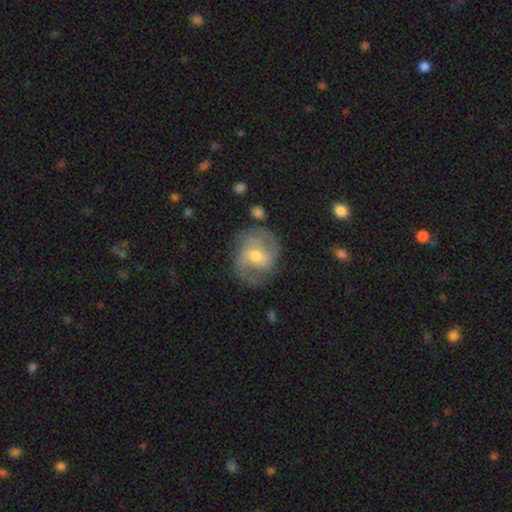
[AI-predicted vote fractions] featured or disk 77%, smooth 17%, star or artifact 6%. Down the decision tree: edge-on disk — no (97%); bar — weak (50%); spiral arms — yes (92%); spiral arm count — 2 (58%); spiral winding — medium (50%); bulge size — moderate (64%); merging — none (69%).